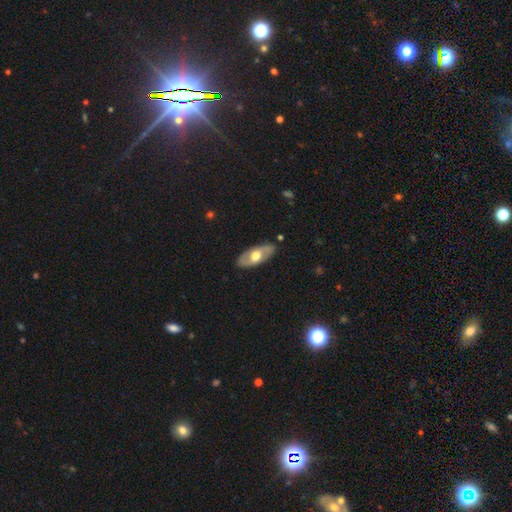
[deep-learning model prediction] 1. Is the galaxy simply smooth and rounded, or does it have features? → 54% featured or disk, 41% smooth, 5% star or artifact.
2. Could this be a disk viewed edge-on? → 78% no, 22% yes.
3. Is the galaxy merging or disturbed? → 84% none, 12% minor disturbance, 3% major disturbance, 1% merger.